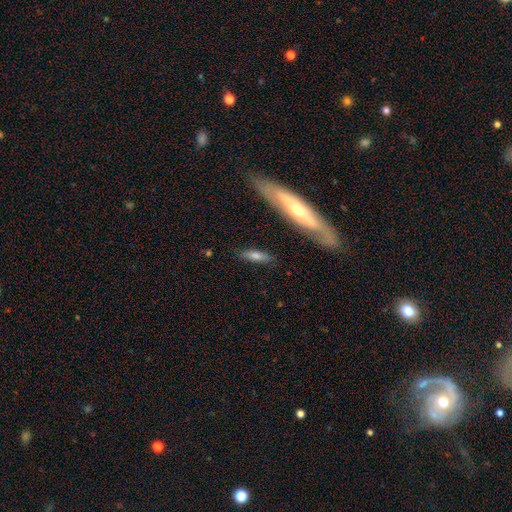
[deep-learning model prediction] smooth 64%, featured or disk 29%, star or artifact 7%. Down the decision tree: how rounded — cigar-shaped (56%); merging — none (79%).